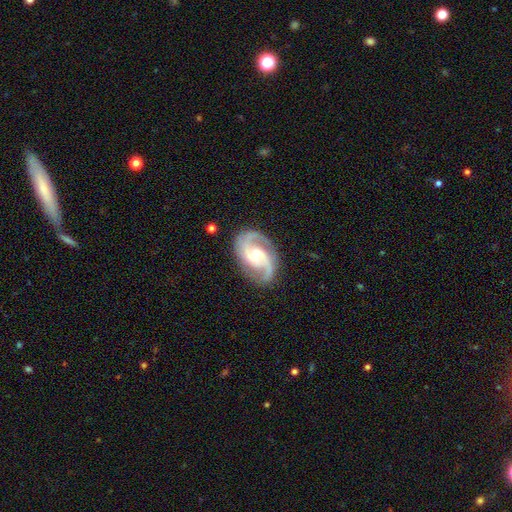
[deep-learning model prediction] Morphology: type=featured or disk (91%); edge-on=no (98%); bar=no (49%); spiral arms=yes (98%); winding=medium (58%); arm count=2 (91%); bulge=moderate (50%); merging=none (83%).